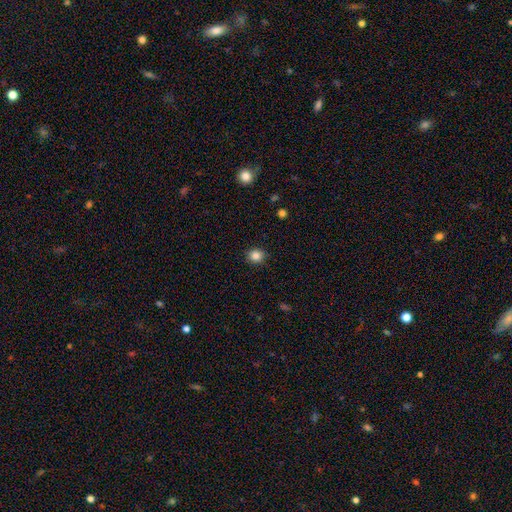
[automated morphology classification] smooth-or-featured: smooth: 85% | star or artifact: 11% | featured or disk: 4%
  how-rounded: round: 80% | in between: 19% | cigar-shaped: 1%
  merging: none: 89% | minor disturbance: 8% | major disturbance: 2% | merger: 1%